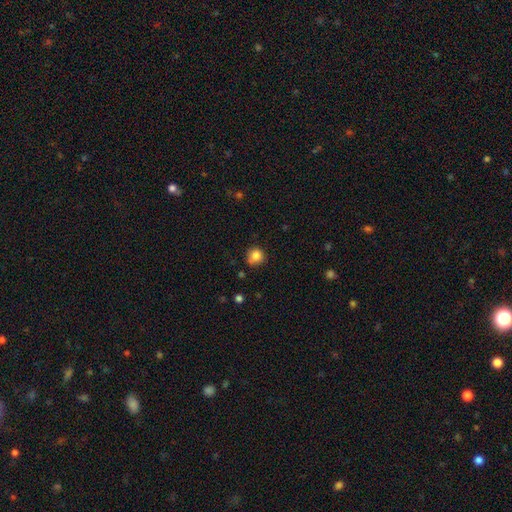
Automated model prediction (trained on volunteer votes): Smooth or featured?
  - smooth: 83% *
  - star or artifact: 11%
  - featured or disk: 6%
How rounded?
  - round: 89% *
  - in between: 10%
  - cigar-shaped: 1%
Merging?
  - none: 72% *
  - minor disturbance: 18%
  - merger: 5%
  - major disturbance: 4%